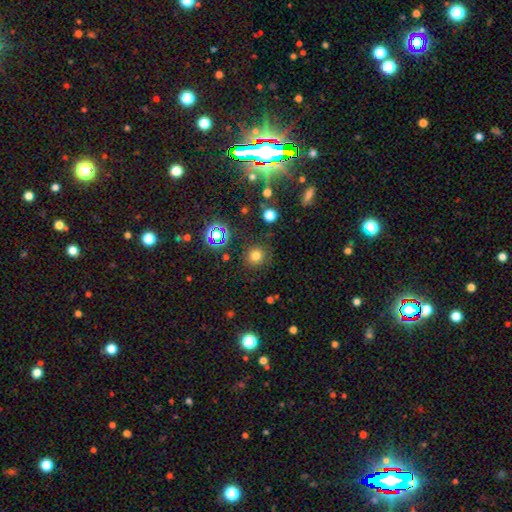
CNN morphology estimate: Q: Smooth or featured?
A: smooth (72%); runner-up: star or artifact (21%)
Q: How rounded?
A: round (91%); runner-up: in between (8%)
Q: Merging?
A: none (86%); runner-up: minor disturbance (9%)